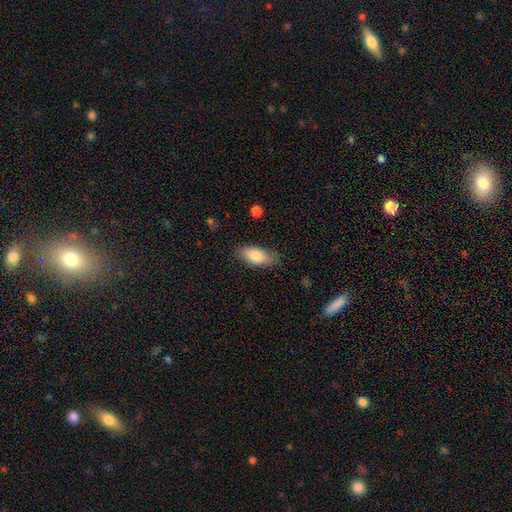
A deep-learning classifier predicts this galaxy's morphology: A smooth galaxy with no disk features (81%) that is in between round and cigar-shaped (85%).

Vote fractions:
- Smooth or featured? smooth: 81% / featured or disk: 12% / star or artifact: 6%
- How rounded? in between: 85% / cigar-shaped: 12% / round: 2%
- Merging? none: 80% / minor disturbance: 15% / major disturbance: 3% / merger: 1%